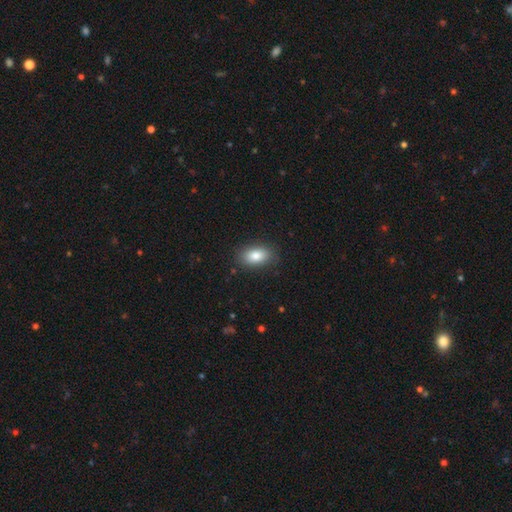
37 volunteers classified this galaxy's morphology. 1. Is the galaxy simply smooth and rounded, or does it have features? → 89% smooth, 5% featured or disk, 5% star or artifact.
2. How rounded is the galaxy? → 85% in between, 12% round, 3% cigar-shaped.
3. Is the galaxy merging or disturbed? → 80% none, 14% minor disturbance, 6% merger, 0% major disturbance.